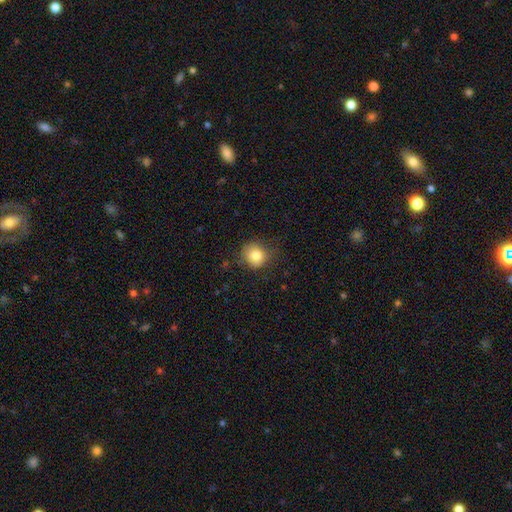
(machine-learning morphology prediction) type=smooth (82%); roundness=round (88%); merging=none (77%).